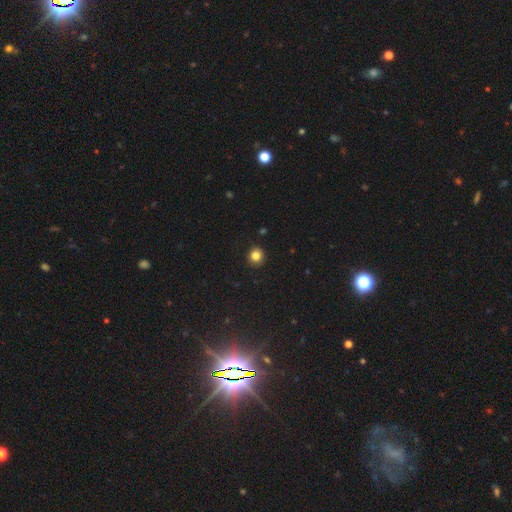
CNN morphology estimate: type=smooth (83%); roundness=round (91%); merging=none (91%).